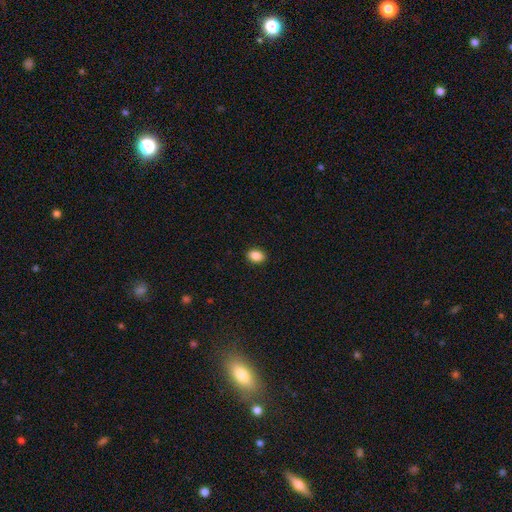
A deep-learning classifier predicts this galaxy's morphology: Smooth or featured?
  - smooth: 88% *
  - star or artifact: 9%
  - featured or disk: 4%
How rounded?
  - in between: 78% *
  - round: 21%
  - cigar-shaped: 1%
Merging?
  - none: 91% *
  - minor disturbance: 7%
  - major disturbance: 2%
  - merger: 1%